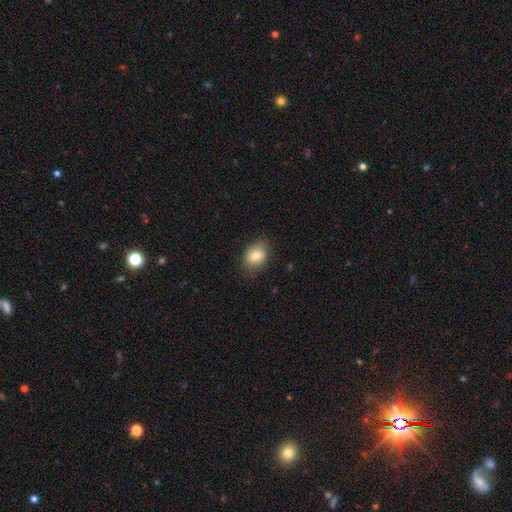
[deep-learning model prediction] Smooth or featured?
  - smooth: 79% *
  - featured or disk: 12%
  - star or artifact: 9%
How rounded?
  - in between: 59% *
  - round: 40%
  - cigar-shaped: 1%
Merging?
  - none: 81% *
  - minor disturbance: 15%
  - major disturbance: 3%
  - merger: 1%